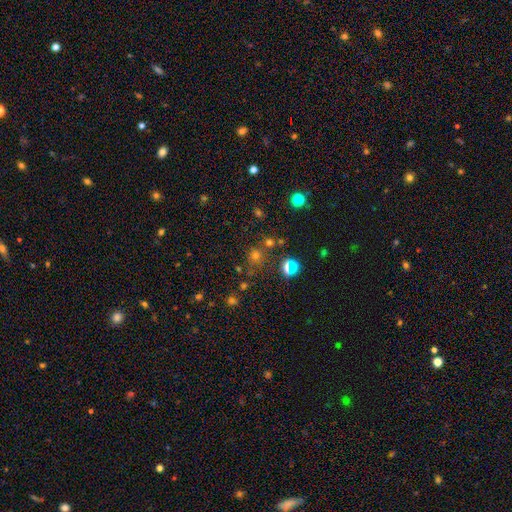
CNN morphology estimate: Q: Smooth or featured?
A: smooth (54%); runner-up: star or artifact (38%)
Q: How rounded?
A: round (88%); runner-up: in between (11%)
Q: Merging?
A: none (75%); runner-up: merger (11%)